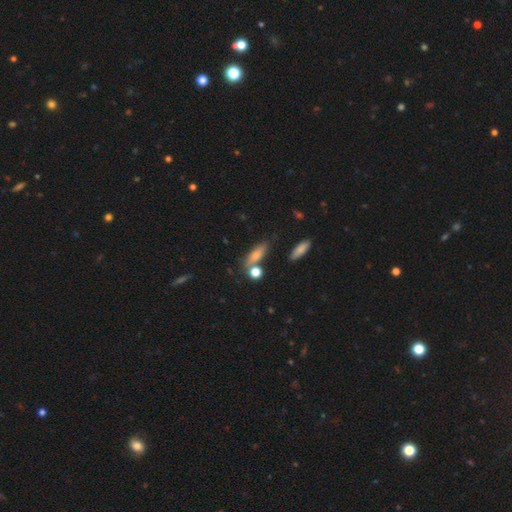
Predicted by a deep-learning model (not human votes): This is likely a smooth galaxy (75%). How rounded: possibly in between (51%). Merging: likely none (63%).